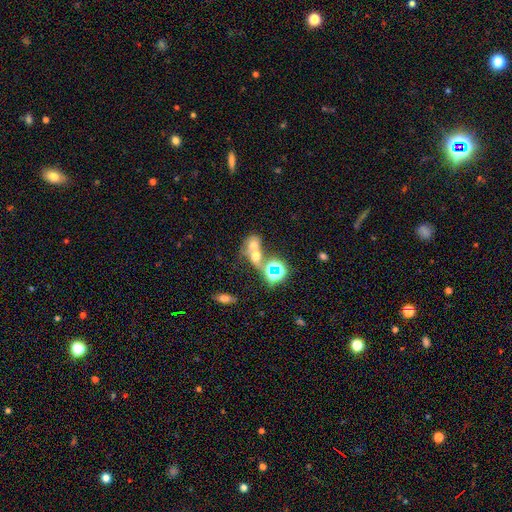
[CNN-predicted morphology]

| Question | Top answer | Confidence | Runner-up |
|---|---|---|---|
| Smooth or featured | smooth | 52% | star or artifact (25%) |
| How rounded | round | 52% | in between (46%) |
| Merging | merger | 64% | none (22%) |